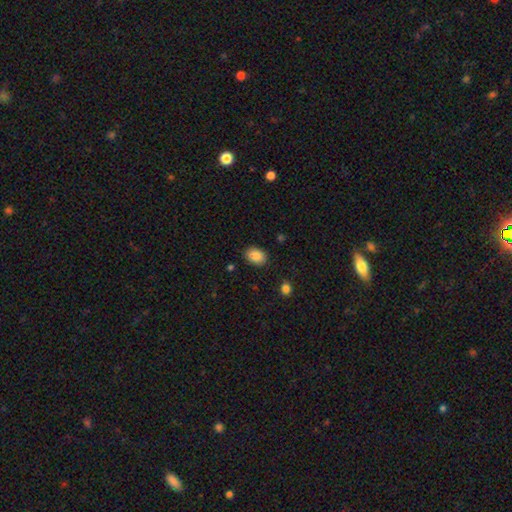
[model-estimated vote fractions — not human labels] smooth-or-featured: smooth: 87% | star or artifact: 8% | featured or disk: 5%
  how-rounded: in between: 79% | round: 20% | cigar-shaped: 1%
  merging: none: 86% | minor disturbance: 10% | major disturbance: 2% | merger: 1%